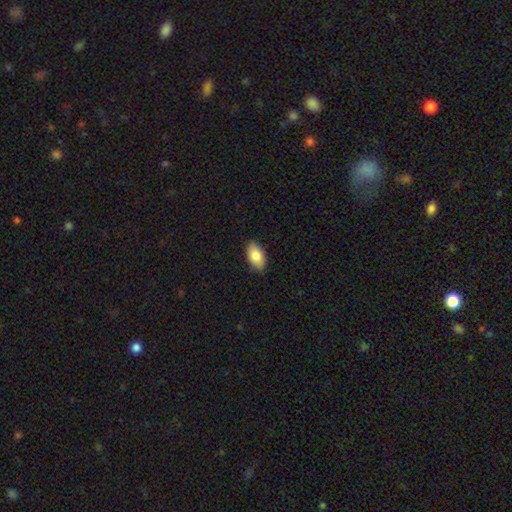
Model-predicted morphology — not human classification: A smooth galaxy with no disk features (87%) that is in between round and cigar-shaped (93%).

Vote fractions:
- Smooth or featured? smooth: 87% / featured or disk: 7% / star or artifact: 7%
- How rounded? in between: 93% / round: 5% / cigar-shaped: 2%
- Merging? none: 87% / minor disturbance: 10% / major disturbance: 2% / merger: 1%